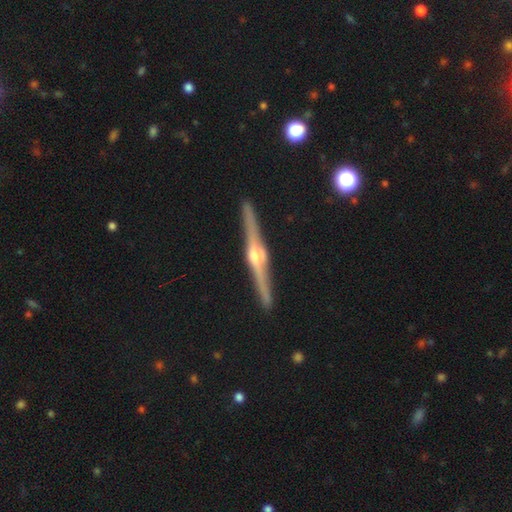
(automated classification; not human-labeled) This appears to be a featured or disk galaxy (88%) viewed edge-on (98%) with a rounded central bulge (91%). Merging: none (92%).